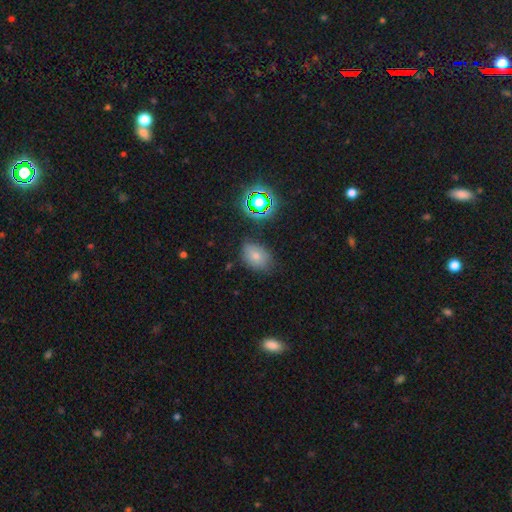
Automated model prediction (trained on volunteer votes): Smooth or featured? smooth (71%)
How rounded? in between (75%)
Merging? none (74%)